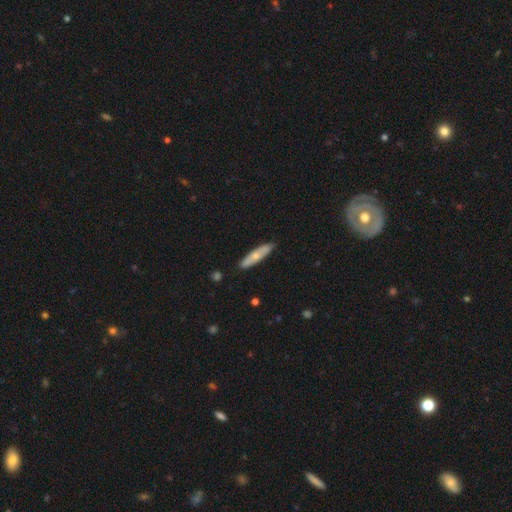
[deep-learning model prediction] Smooth or featured: smooth — 58% (featured or disk — 37%)
How rounded: cigar-shaped — 74% (in between — 24%)
Merging: none — 84% (minor disturbance — 12%)